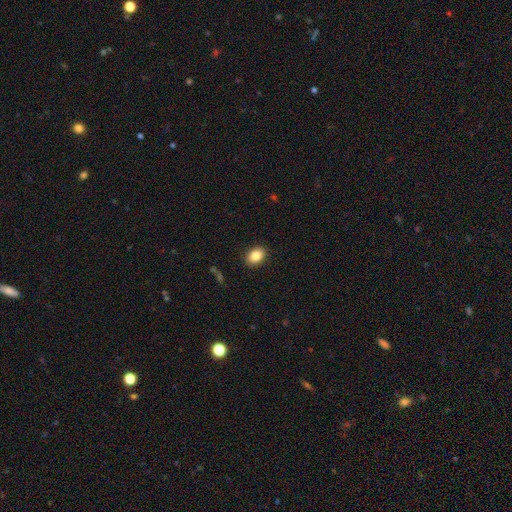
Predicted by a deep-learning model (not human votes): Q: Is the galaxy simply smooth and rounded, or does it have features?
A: smooth — 86%.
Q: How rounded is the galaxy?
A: in between — 74%.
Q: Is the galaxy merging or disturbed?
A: none — 90%.